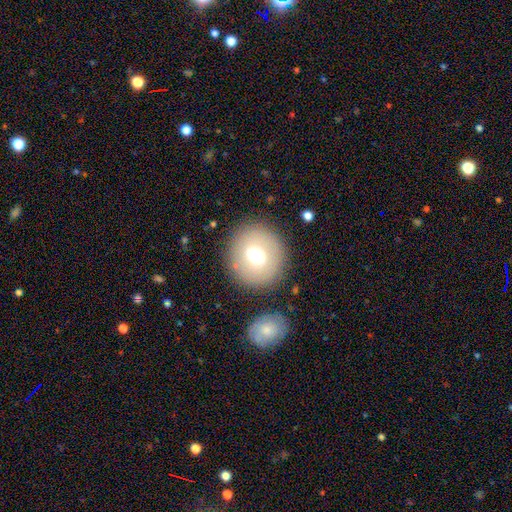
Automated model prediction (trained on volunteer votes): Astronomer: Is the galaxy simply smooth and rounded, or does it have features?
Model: smooth — 65%.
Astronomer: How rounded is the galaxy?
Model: round — 87%.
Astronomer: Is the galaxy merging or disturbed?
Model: none — 82%.